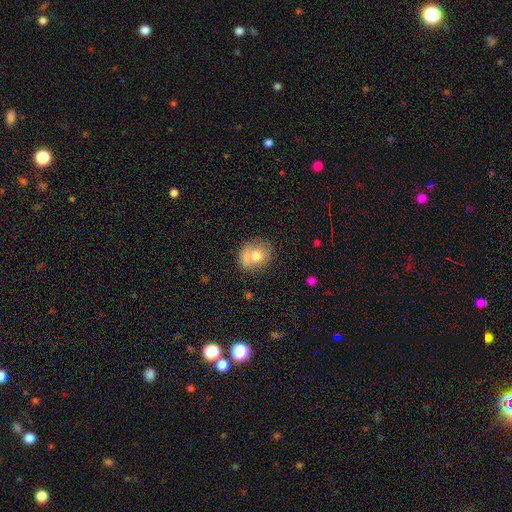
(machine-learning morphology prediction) Q: Smooth or featured?
A: smooth (70%); runner-up: featured or disk (22%)
Q: How rounded?
A: round (67%); runner-up: in between (32%)
Q: Merging?
A: none (47%); runner-up: merger (25%)